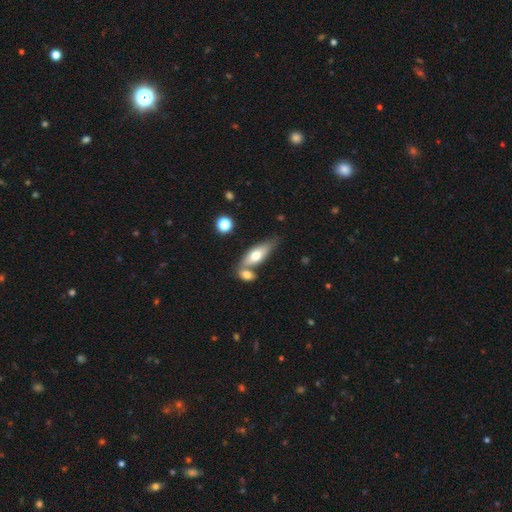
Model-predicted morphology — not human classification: Smooth or featured?
  - smooth: 63% *
  - featured or disk: 30%
  - star or artifact: 6%
How rounded?
  - in between: 65% *
  - cigar-shaped: 31%
  - round: 3%
Merging?
  - none: 47% *
  - merger: 35%
  - minor disturbance: 13%
  - major disturbance: 4%